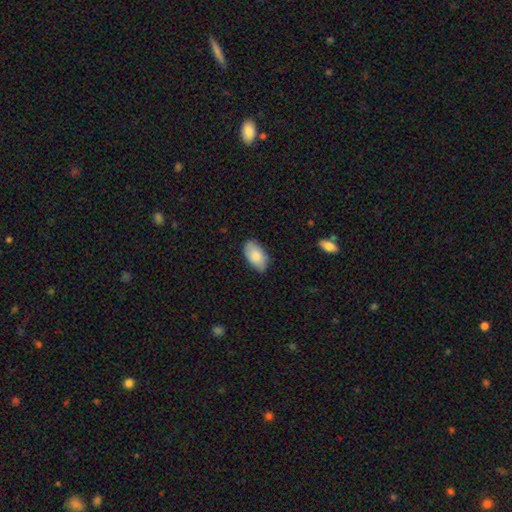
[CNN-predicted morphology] smooth 84%, featured or disk 10%, star or artifact 6%. Down the decision tree: how rounded — in between (94%); merging — none (76%).